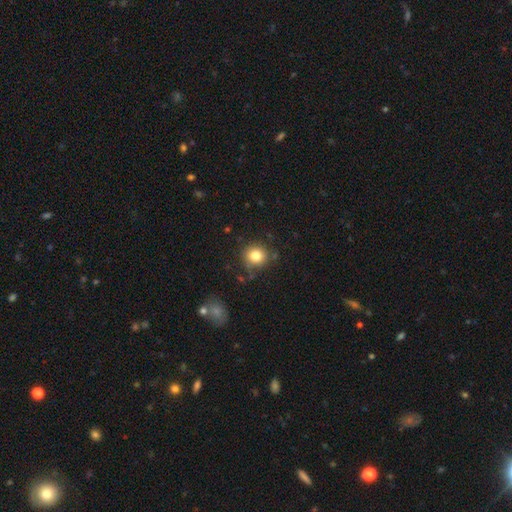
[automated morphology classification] A smooth galaxy with no disk features (81%) that is round (87%).

Vote fractions:
- Smooth or featured? smooth: 81% / star or artifact: 11% / featured or disk: 8%
- How rounded? round: 87% / in between: 12% / cigar-shaped: 1%
- Merging? none: 83% / minor disturbance: 10% / merger: 4% / major disturbance: 3%